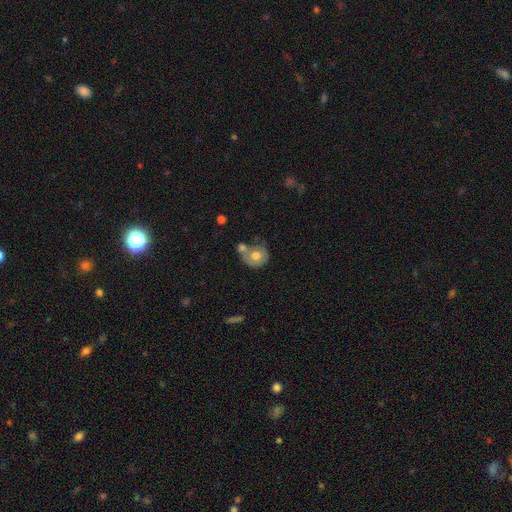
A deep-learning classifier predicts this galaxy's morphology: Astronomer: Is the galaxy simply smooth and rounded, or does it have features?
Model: smooth — 64%.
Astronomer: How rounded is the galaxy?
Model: round — 77%.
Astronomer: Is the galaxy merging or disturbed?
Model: merger — 40% (runner-up: none, 36%).